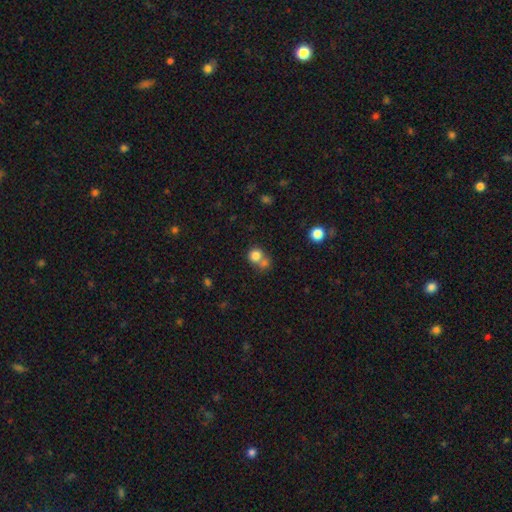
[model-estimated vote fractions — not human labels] smooth 79%, star or artifact 11%, featured or disk 9%. Down the decision tree: how rounded — round (82%); merging — merger (45%).